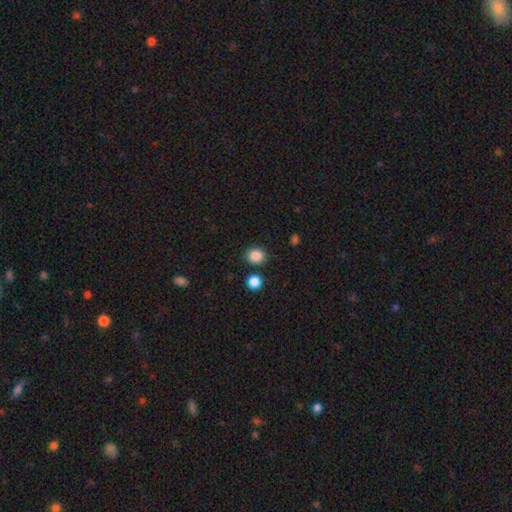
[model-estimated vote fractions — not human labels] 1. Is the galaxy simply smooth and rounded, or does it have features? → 87% smooth, 10% star or artifact, 3% featured or disk.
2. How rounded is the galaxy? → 79% round, 20% in between, 1% cigar-shaped.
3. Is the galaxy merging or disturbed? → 85% none, 8% minor disturbance, 5% merger, 3% major disturbance.